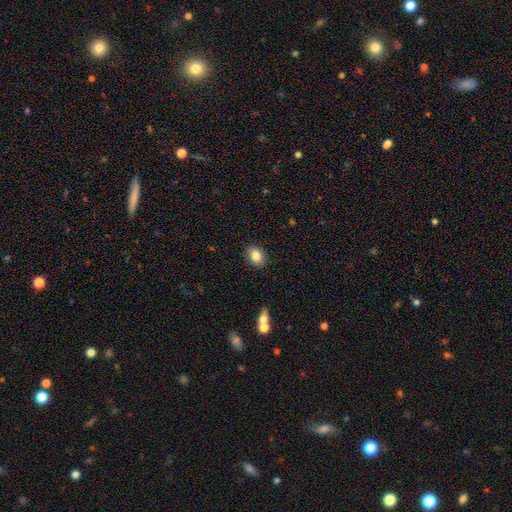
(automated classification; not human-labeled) smooth_or_featured: smooth (p=0.85) [alt: star or artifact p=0.09]
how_rounded: in between (p=0.62) [alt: round p=0.36]
merging: none (p=0.87) [alt: minor disturbance p=0.09]